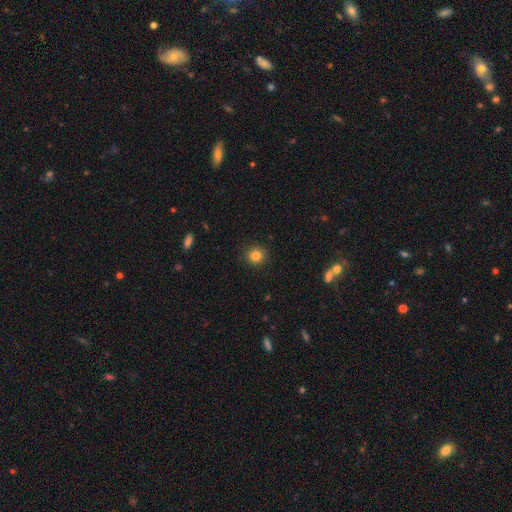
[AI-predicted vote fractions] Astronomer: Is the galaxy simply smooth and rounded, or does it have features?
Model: smooth — 83%.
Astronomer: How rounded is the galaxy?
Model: round — 91%.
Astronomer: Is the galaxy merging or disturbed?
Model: none — 90%.